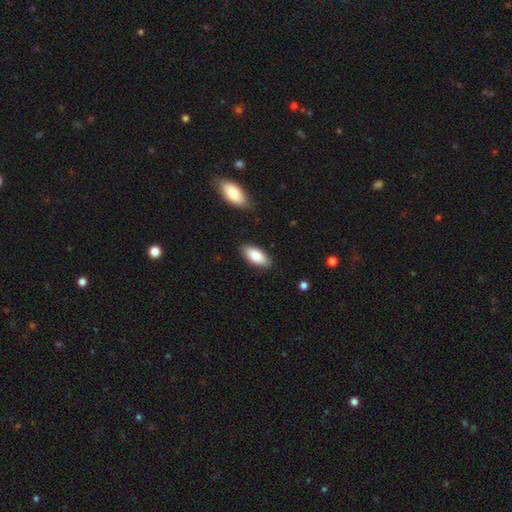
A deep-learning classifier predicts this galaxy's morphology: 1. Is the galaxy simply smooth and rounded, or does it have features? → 83% smooth, 11% featured or disk, 6% star or artifact.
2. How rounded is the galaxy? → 87% in between, 10% cigar-shaped, 2% round.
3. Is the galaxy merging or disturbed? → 86% none, 10% minor disturbance, 2% major disturbance, 2% merger.